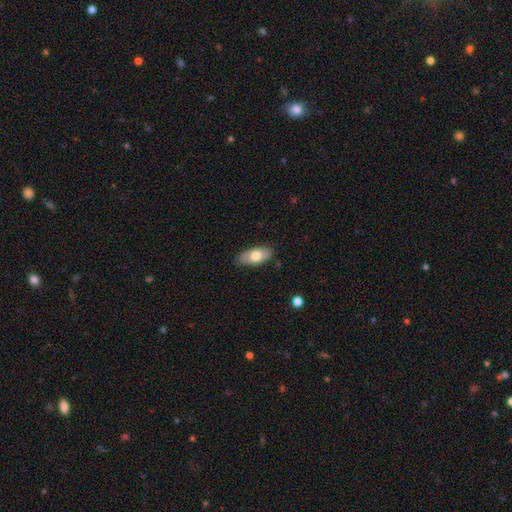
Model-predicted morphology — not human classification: Smooth or featured?
  - smooth: 68% *
  - featured or disk: 26%
  - star or artifact: 6%
How rounded?
  - in between: 91% *
  - cigar-shaped: 6%
  - round: 3%
Merging?
  - none: 85% *
  - minor disturbance: 12%
  - major disturbance: 2%
  - merger: 1%